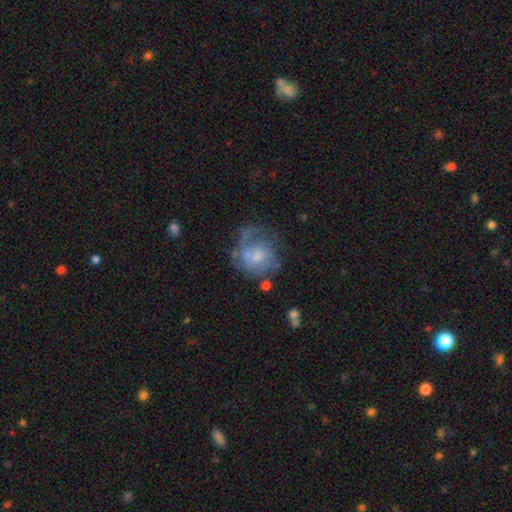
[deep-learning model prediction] This appears to be a featured or disk galaxy (63%) with no bar (64%), spiral arms (73%) and a small central bulge (41%). Merging: none (41%).